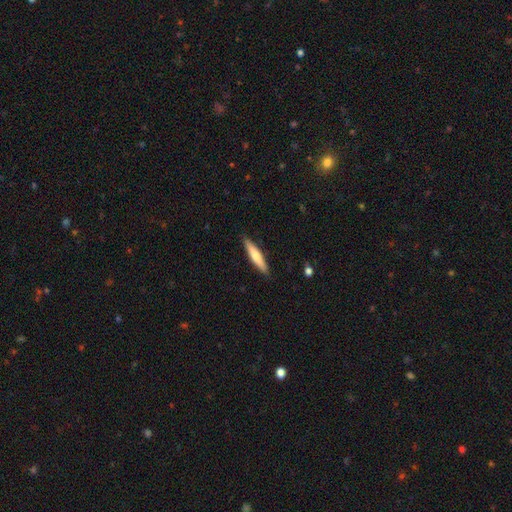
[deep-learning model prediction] A smooth galaxy with no disk features (62%) that is cigar-shaped (87%).

Vote fractions:
- Smooth or featured? smooth: 62% / featured or disk: 33% / star or artifact: 5%
- How rounded? cigar-shaped: 87% / in between: 11% / round: 1%
- Merging? none: 89% / minor disturbance: 8% / major disturbance: 2% / merger: 1%